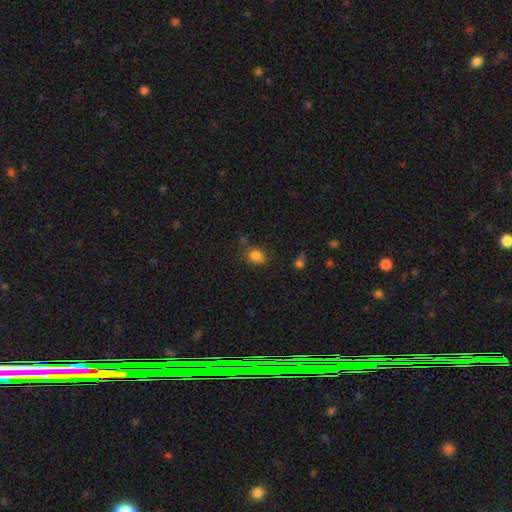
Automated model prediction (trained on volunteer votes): This appears to be a smooth galaxy with no disk features (82%) that is in between round and cigar-shaped (66%). Merging: none (68%).